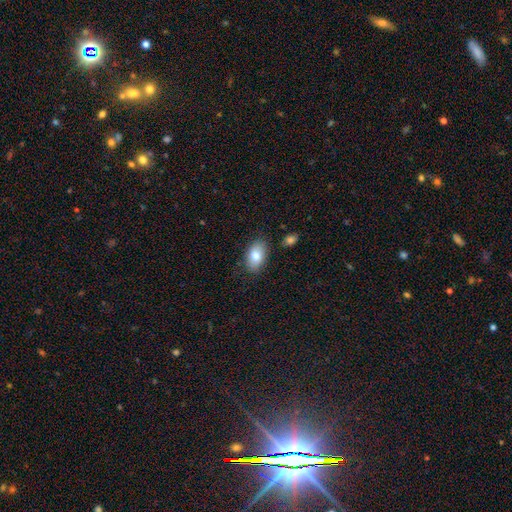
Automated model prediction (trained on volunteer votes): A smooth galaxy with no disk features (81%) that is in between round and cigar-shaped (92%). Merging: none (82%).